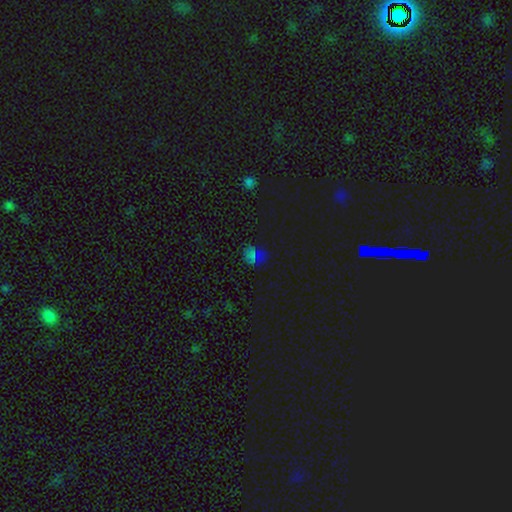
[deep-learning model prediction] Q: Smooth or featured?
A: star or artifact (55%); runner-up: smooth (38%)